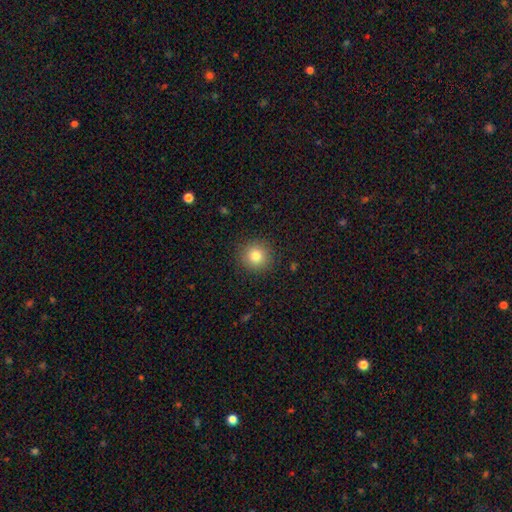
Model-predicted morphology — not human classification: The model was most divided on "smooth or featured": smooth: 81%, star or artifact: 11%, featured or disk: 8%. More confident: how rounded — round (94%); merging — none (91%).